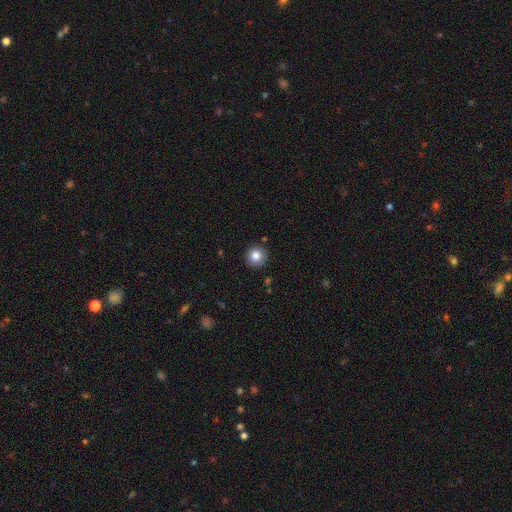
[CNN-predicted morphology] This is clearly a smooth galaxy (83%). How rounded: clearly round (94%). Merging: clearly none (90%).